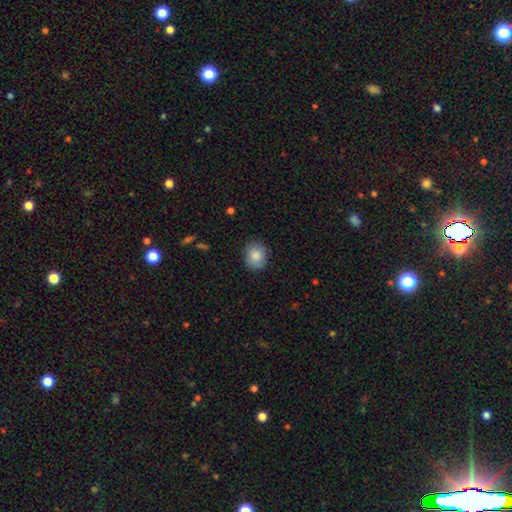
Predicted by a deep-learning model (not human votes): The model was most divided on "how rounded": round: 65%, in between: 34%, cigar-shaped: 1%. More confident: smooth or featured — smooth (85%); merging — none (83%).